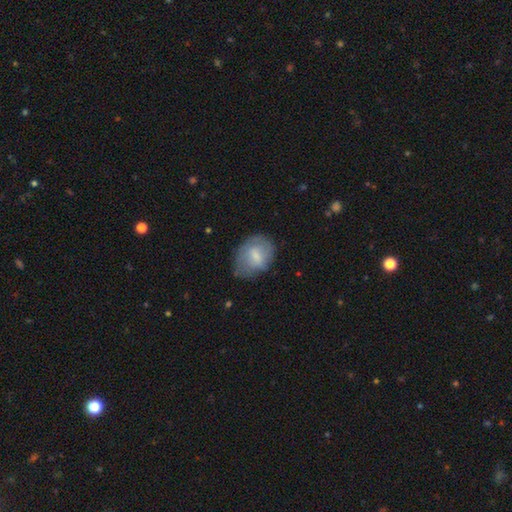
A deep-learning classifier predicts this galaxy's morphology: Smooth or featured? smooth (66%)
How rounded? in between (62%)
Merging? none (57%)